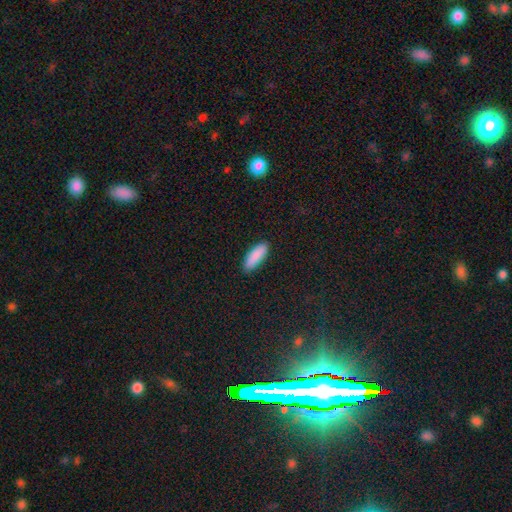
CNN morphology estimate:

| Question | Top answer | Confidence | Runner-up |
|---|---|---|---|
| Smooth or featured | smooth | 90% | star or artifact (6%) |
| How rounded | in between | 57% | cigar-shaped (41%) |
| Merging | none | 89% | minor disturbance (8%) |